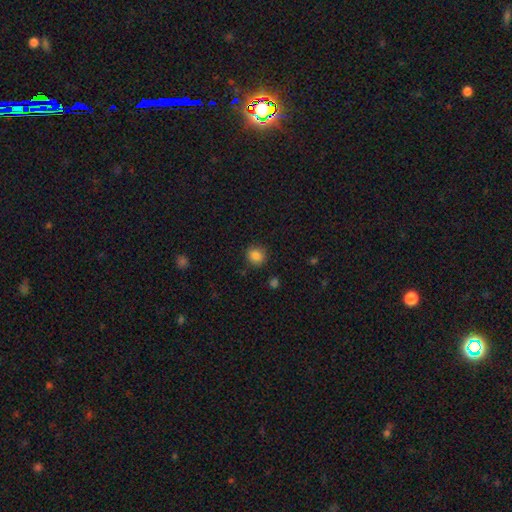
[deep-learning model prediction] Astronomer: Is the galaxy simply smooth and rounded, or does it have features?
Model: smooth — 85%.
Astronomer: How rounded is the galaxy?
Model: round — 88%.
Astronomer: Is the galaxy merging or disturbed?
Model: none — 89%.